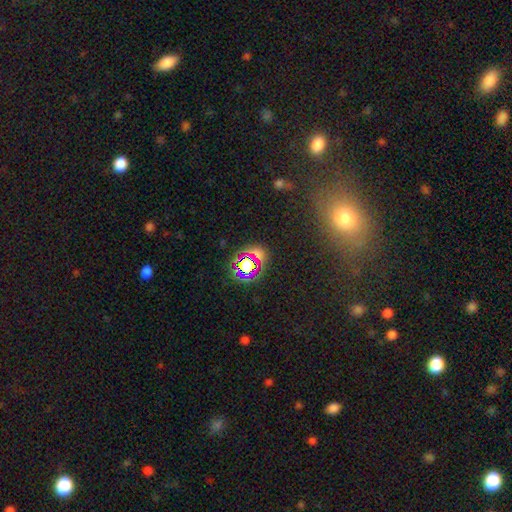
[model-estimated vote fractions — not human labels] Overall: star or artifact (61%; smooth 28%).